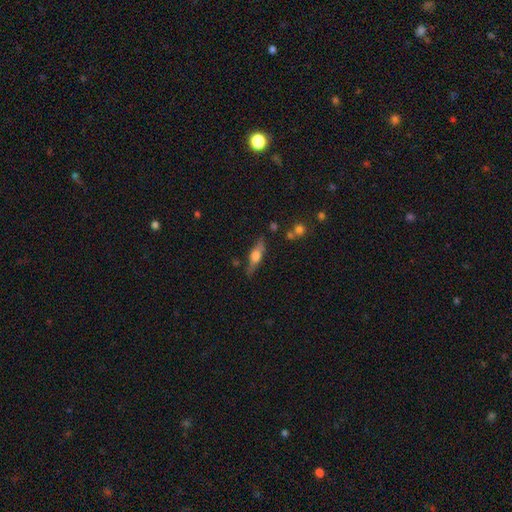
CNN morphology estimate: featured or disk 52%, smooth 41%, star or artifact 7%. Down the decision tree: edge-on disk — yes (89%); merging — none (75%).